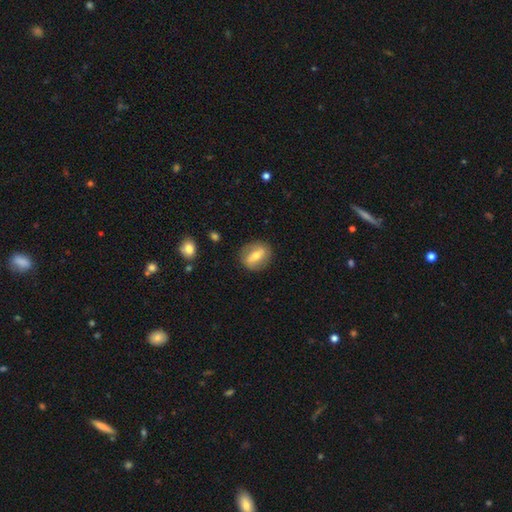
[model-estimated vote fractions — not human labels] Smooth or featured: smooth — 47% (featured or disk — 46%)
Merging: none — 84% (minor disturbance — 11%)